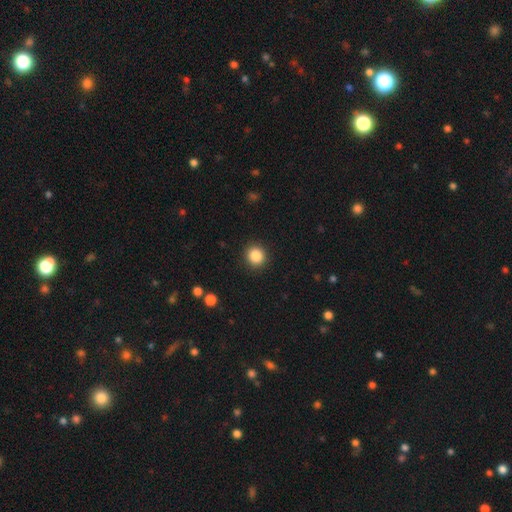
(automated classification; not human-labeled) Overall: smooth (86%). How rounded: round (90%). Merging: none (91%).